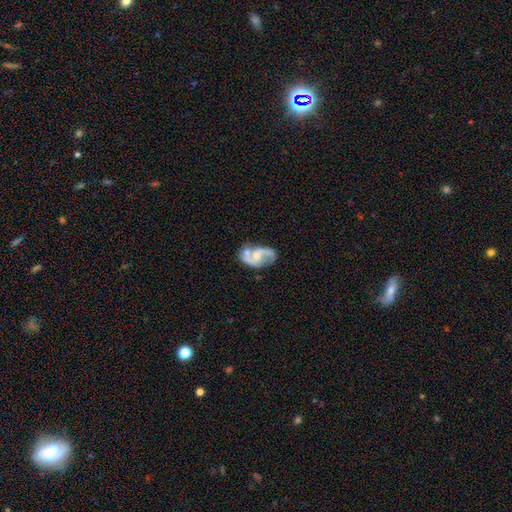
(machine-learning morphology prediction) smooth-or-featured: featured or disk: 80% | smooth: 14% | star or artifact: 6%
  disk-edge-on: no: 97% | yes: 3%
    bar: no: 49% | weak: 41% | strong: 9%
    has-spiral-arms: yes: 91% | no: 9%
      spiral-winding: medium: 44% (tied) | loose: 44% (tied) | tight: 11%
      spiral-arm-count: 2: 88% | can't tell: 5% | 1: 4% | 3: 2% | 4: 1% | more than 4: 1%
    bulge-size: moderate: 44% | small: 35% | none: 15% | large: 5% | dominant: 1%
  merging: none: 50% | minor disturbance: 21% | merger: 17% | major disturbance: 12%